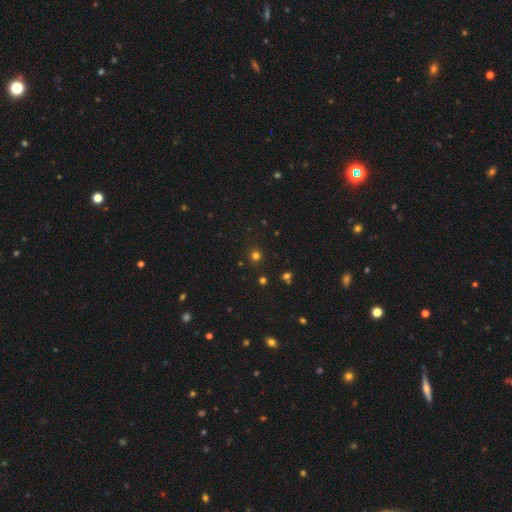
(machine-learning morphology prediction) Smooth or featured?
  - smooth: 70% *
  - star or artifact: 25%
  - featured or disk: 5%
How rounded?
  - round: 93% *
  - in between: 6%
  - cigar-shaped: 1%
Merging?
  - none: 89% *
  - minor disturbance: 6%
  - merger: 2%
  - major disturbance: 2%